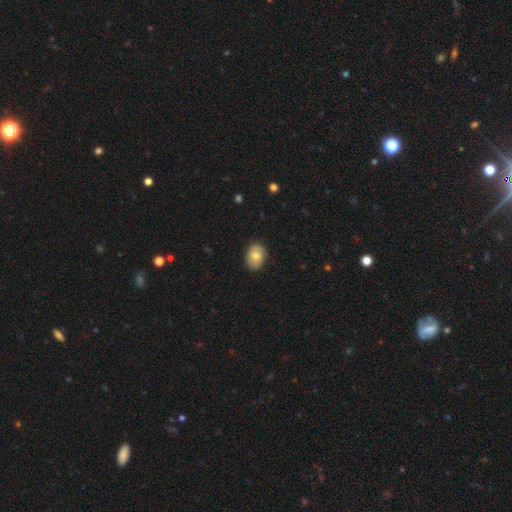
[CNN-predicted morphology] Smooth or featured?
  - smooth: 73% *
  - featured or disk: 20%
  - star or artifact: 7%
How rounded?
  - in between: 69% *
  - round: 30%
  - cigar-shaped: 1%
Merging?
  - none: 86% *
  - minor disturbance: 11%
  - major disturbance: 2%
  - merger: 1%